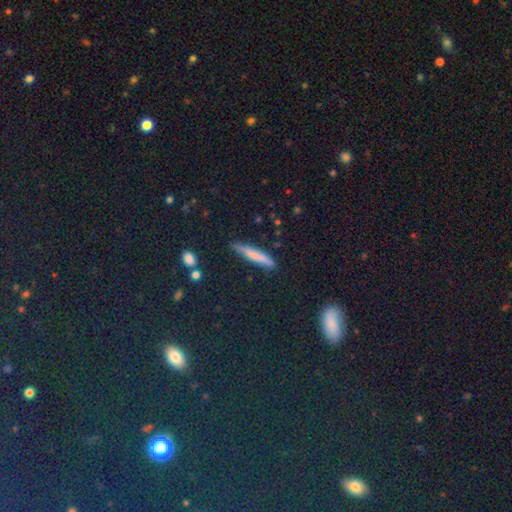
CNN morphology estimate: smooth 66%, featured or disk 23%, star or artifact 11%. Down the decision tree: how rounded — cigar-shaped (91%); merging — none (80%).